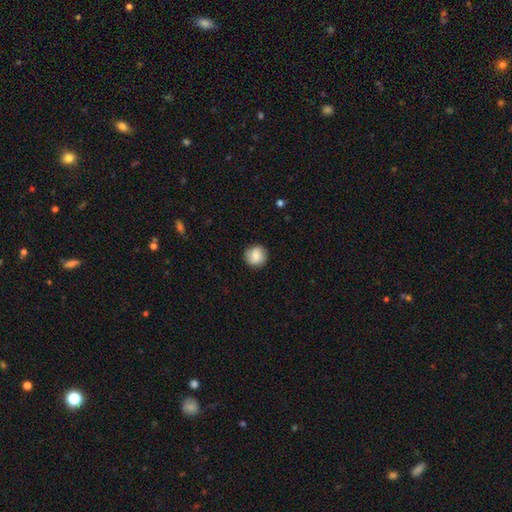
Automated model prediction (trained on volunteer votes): This is likely a smooth galaxy (79%). How rounded: clearly round (92%). Merging: clearly none (85%).